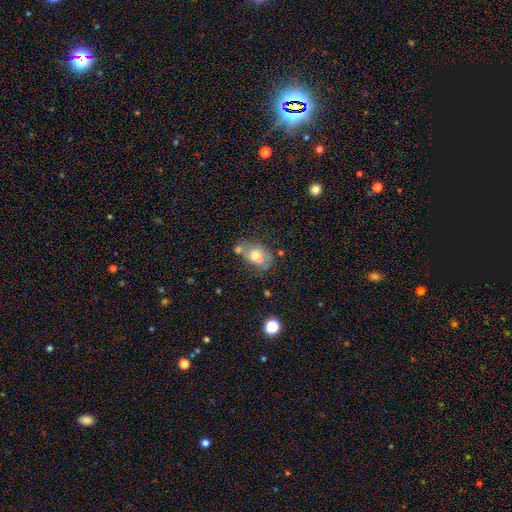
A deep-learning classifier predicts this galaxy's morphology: Smooth or featured? smooth (55%)
How rounded? in between (69%)
Merging? merger (37%)